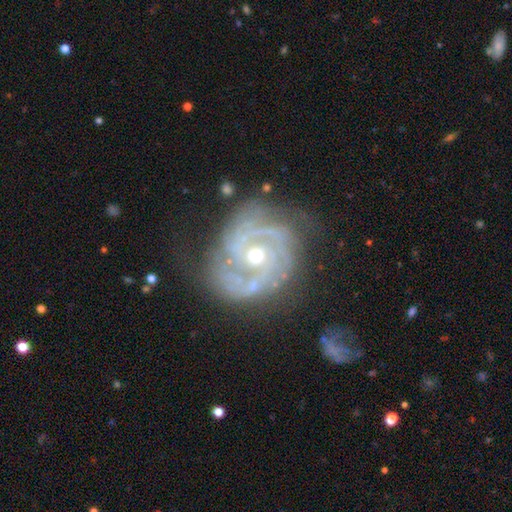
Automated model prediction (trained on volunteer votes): Overall: featured or disk (89%). Edge-on disk: no (97%). Bar: no (71%). Spiral arms: yes (96%). Spiral arm count: 2 (31%; 3 28%). Spiral winding: tight (67%; medium 28%). Bulge size: moderate (62%; small 33%). Merging: none (64%).